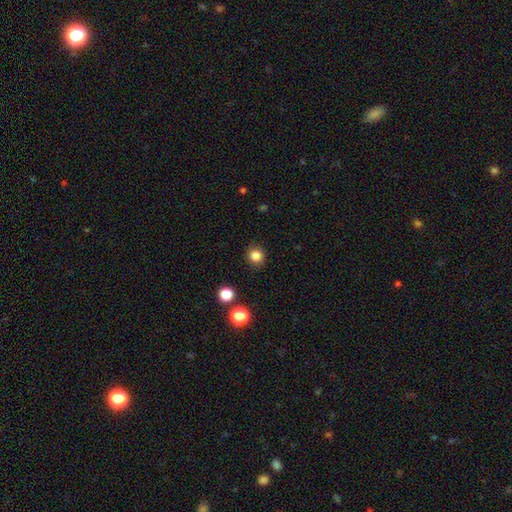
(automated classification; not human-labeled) Smooth or featured?
  - smooth: 84% *
  - star or artifact: 12%
  - featured or disk: 4%
How rounded?
  - round: 91% *
  - in between: 8%
  - cigar-shaped: 1%
Merging?
  - none: 90% *
  - minor disturbance: 6%
  - major disturbance: 2%
  - merger: 1%